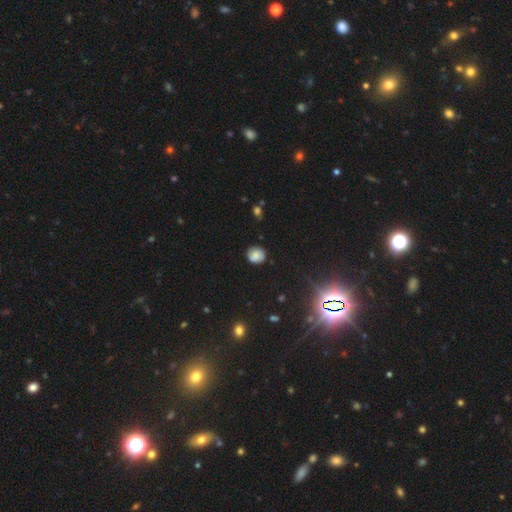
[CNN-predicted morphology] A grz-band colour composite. It shows a smooth galaxy with no disk features (77%) that is round (82%). Merging: none (80%).